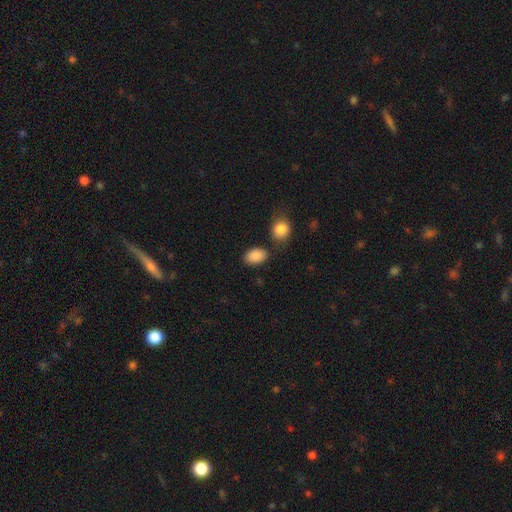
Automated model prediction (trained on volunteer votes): smooth-or-featured: smooth: 89% | star or artifact: 7% | featured or disk: 4%
  how-rounded: in between: 86% | round: 13% | cigar-shaped: 1%
  merging: none: 73% | minor disturbance: 13% | merger: 10% | major disturbance: 4%